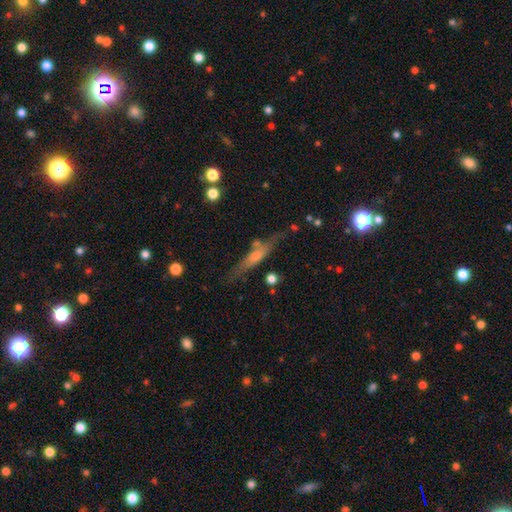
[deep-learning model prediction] This appears to be a featured or disk galaxy (49%). Merging: none (69%).